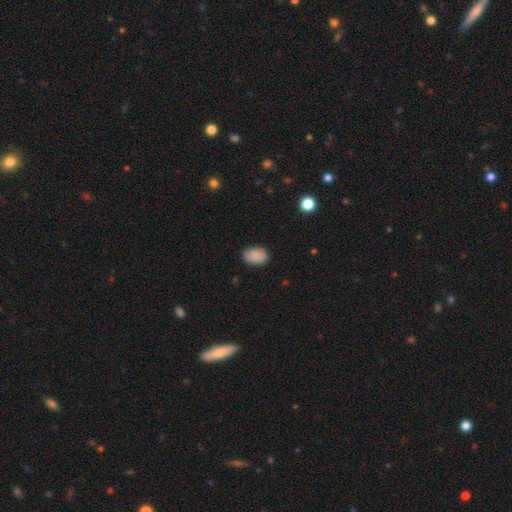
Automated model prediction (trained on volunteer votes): smooth_or_featured: smooth (p=0.89) [alt: star or artifact p=0.08]
how_rounded: in between (p=0.81) [alt: round p=0.18]
merging: none (p=0.85) [alt: minor disturbance p=0.12]